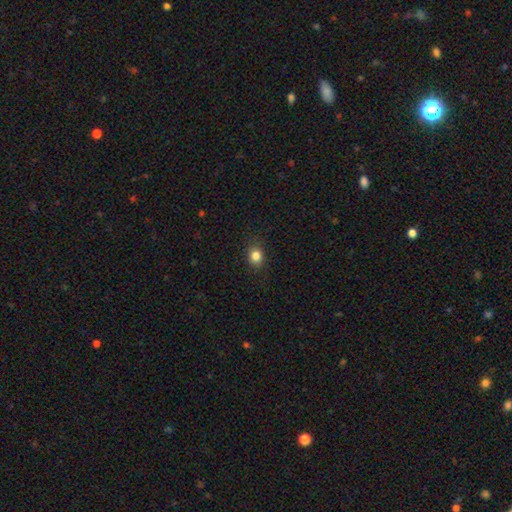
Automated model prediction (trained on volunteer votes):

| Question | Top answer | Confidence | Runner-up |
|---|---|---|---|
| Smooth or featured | smooth | 83% | star or artifact (11%) |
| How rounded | round | 59% | in between (40%) |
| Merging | none | 86% | minor disturbance (11%) |